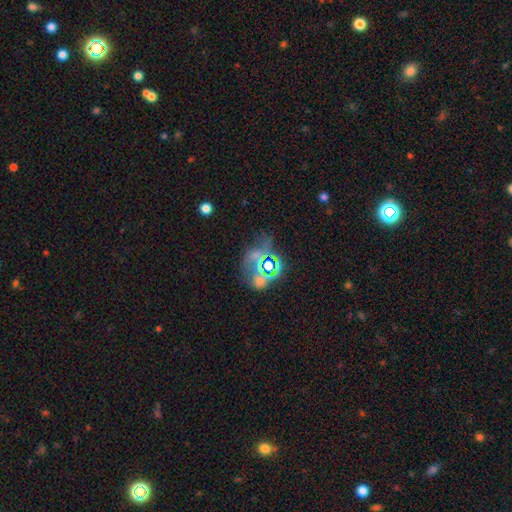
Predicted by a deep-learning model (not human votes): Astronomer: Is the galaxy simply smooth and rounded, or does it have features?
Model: star or artifact — 48% (runner-up: featured or disk, 26%).